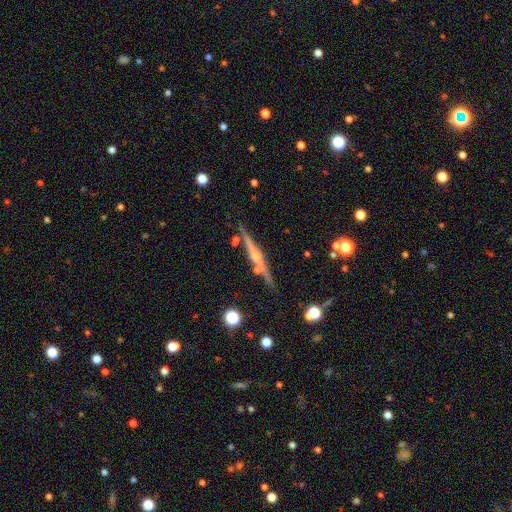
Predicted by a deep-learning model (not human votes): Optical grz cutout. It shows a featured or disk galaxy (74%) viewed edge-on (97%) with a rounded central bulge (69%). Merging: none (82%).